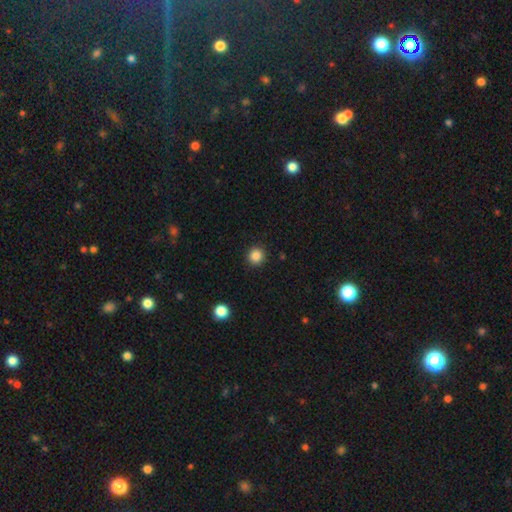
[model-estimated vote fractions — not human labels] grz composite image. It shows a smooth galaxy with no disk features (86%) that is round (93%). Merging: none (91%).